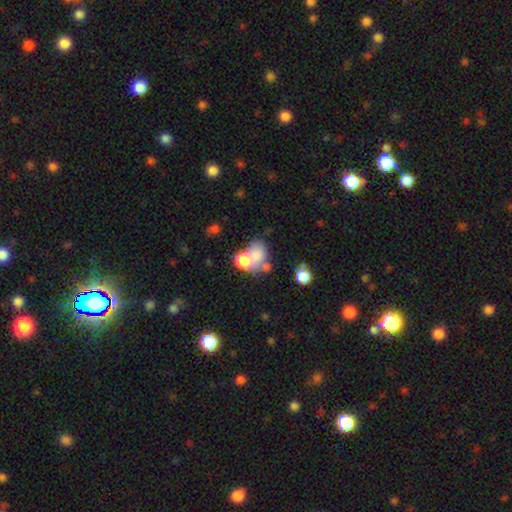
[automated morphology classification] The model was most divided on "how rounded": in between: 58%, round: 41%, cigar-shaped: 1%. More confident: smooth or featured — smooth (65%); merging — merger (53%).